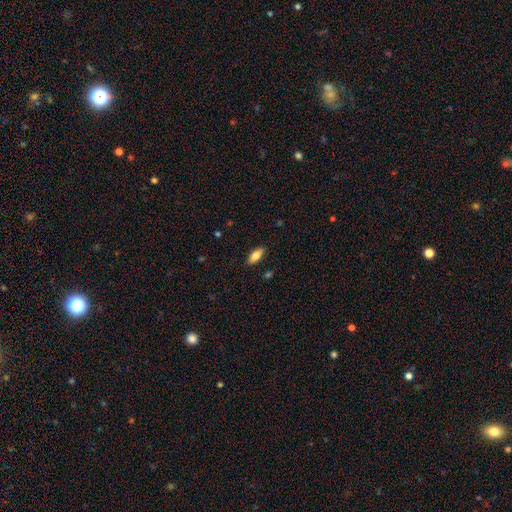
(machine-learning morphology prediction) smooth 81%, featured or disk 13%, star or artifact 7%. Down the decision tree: how rounded — in between (80%); merging — none (88%).